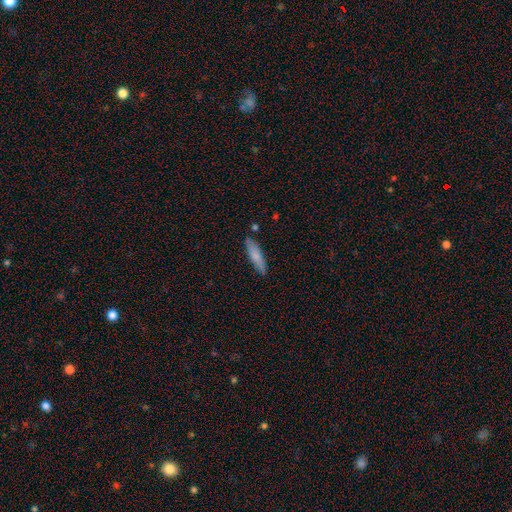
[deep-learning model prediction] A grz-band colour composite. It shows a smooth galaxy with no disk features (78%) that is cigar-shaped (69%). Merging: none (82%).